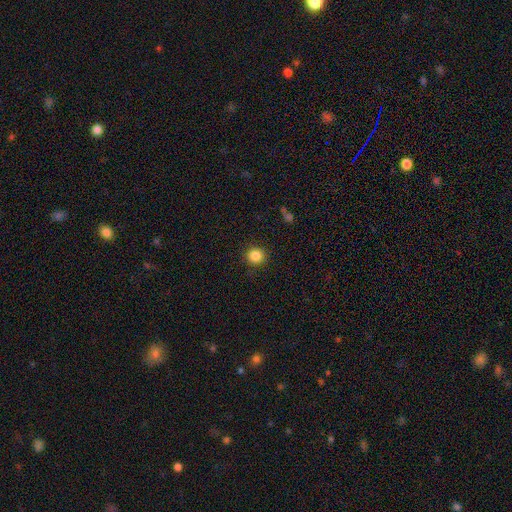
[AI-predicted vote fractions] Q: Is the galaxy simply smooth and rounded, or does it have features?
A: smooth — 85%.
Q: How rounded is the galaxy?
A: round — 93%.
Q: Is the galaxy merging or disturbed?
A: none — 90%.